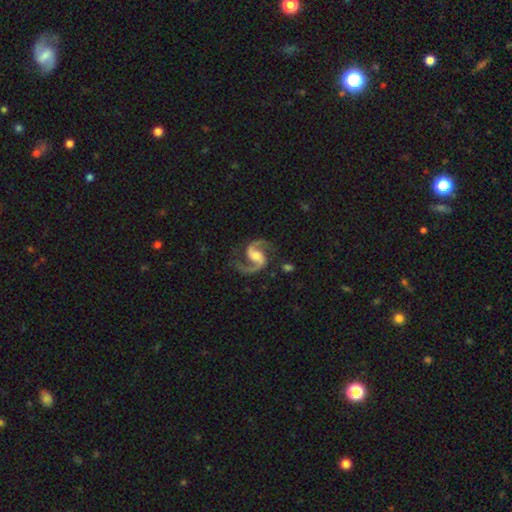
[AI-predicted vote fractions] A featured or disk galaxy (93%) with a weak bar (44%), 2 (94%) medium (62%) spiral arms (99%) and a moderate central bulge (37%). Merging: none (79%).